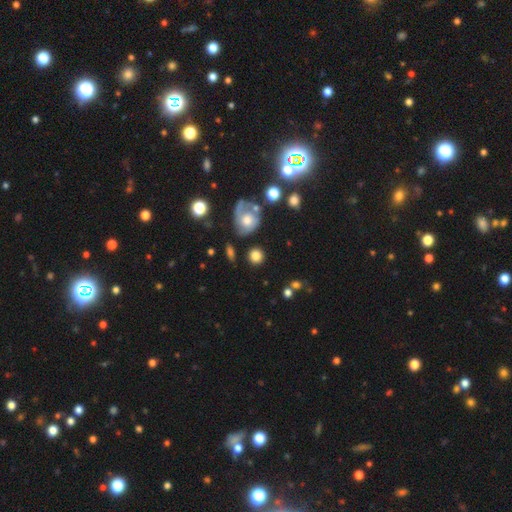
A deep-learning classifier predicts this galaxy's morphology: Q: Smooth or featured?
A: smooth (78%); runner-up: featured or disk (11%)
Q: How rounded?
A: round (86%); runner-up: in between (12%)
Q: Merging?
A: none (75%); runner-up: minor disturbance (12%)